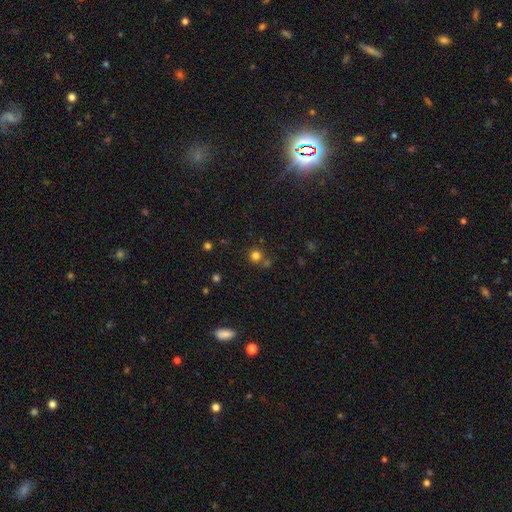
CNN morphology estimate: Smooth or featured? smooth (76%)
How rounded? round (92%)
Merging? none (70%)